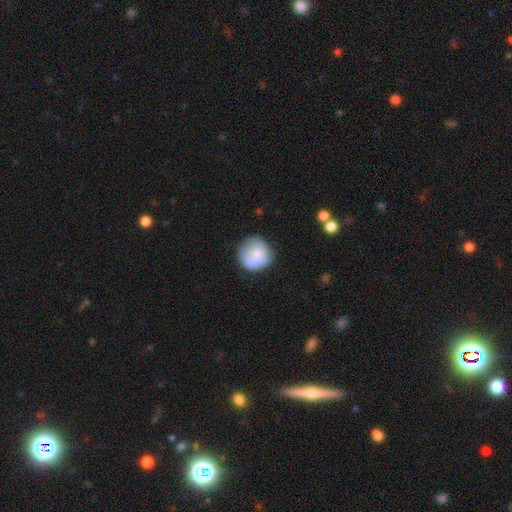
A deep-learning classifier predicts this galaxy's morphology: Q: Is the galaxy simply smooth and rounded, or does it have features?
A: smooth — 69%.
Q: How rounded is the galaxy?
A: round — 88%.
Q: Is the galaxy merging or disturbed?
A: none — 62%.